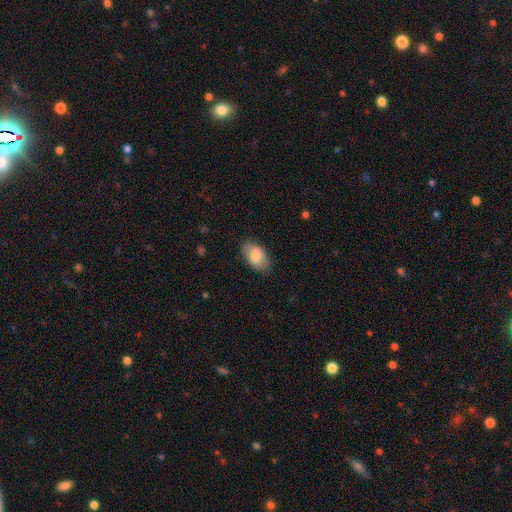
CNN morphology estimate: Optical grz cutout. It shows a smooth galaxy with no disk features (82%) that is in between round and cigar-shaped (93%). Merging: none (80%).